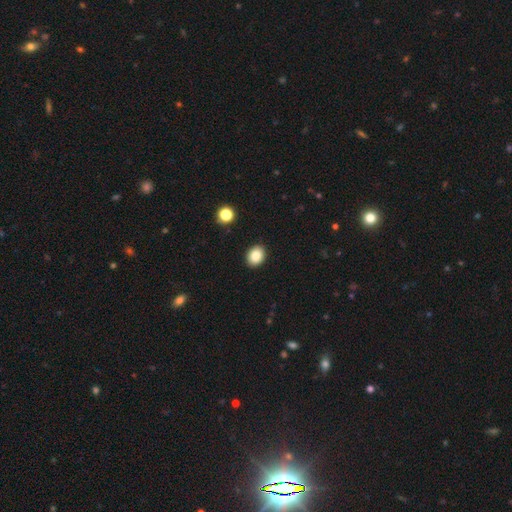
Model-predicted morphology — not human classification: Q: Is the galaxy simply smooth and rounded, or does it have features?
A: smooth — 87%.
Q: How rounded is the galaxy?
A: in between — 52%.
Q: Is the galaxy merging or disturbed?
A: none — 91%.